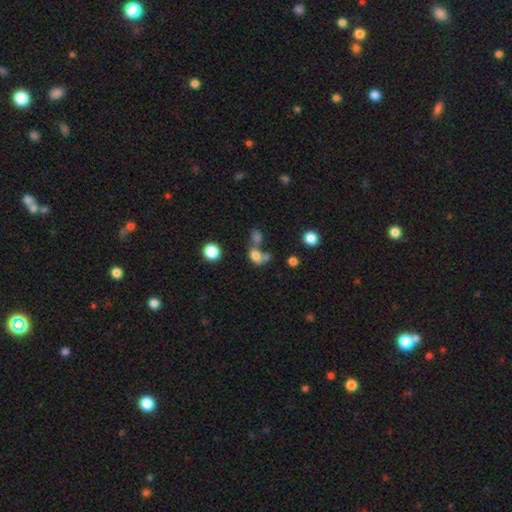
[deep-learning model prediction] Morphology: type=smooth (74%); roundness=in between (55%); merging=merger (47%).